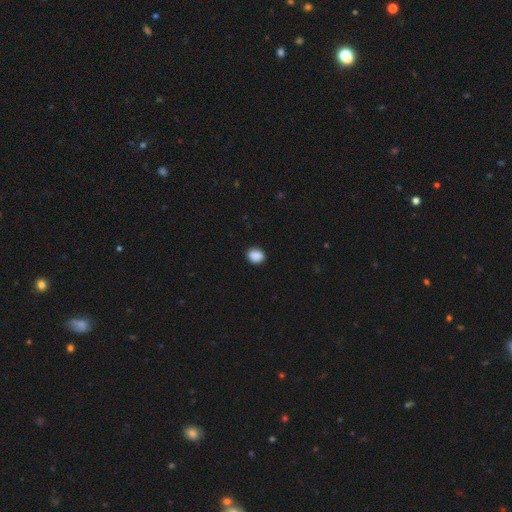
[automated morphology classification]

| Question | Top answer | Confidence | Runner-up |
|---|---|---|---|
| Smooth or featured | smooth | 88% | star or artifact (8%) |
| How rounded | round | 61% | in between (38%) |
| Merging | none | 87% | minor disturbance (10%) |